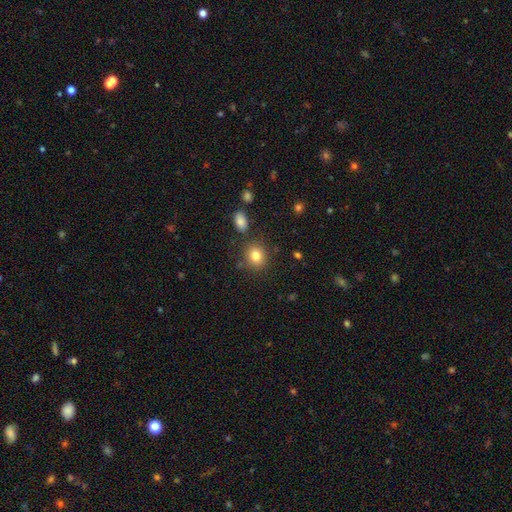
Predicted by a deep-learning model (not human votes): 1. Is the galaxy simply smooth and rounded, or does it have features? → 82% smooth, 11% star or artifact, 8% featured or disk.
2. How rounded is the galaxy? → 75% round, 25% in between, 1% cigar-shaped.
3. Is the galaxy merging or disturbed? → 83% none, 9% minor disturbance, 5% merger, 3% major disturbance.